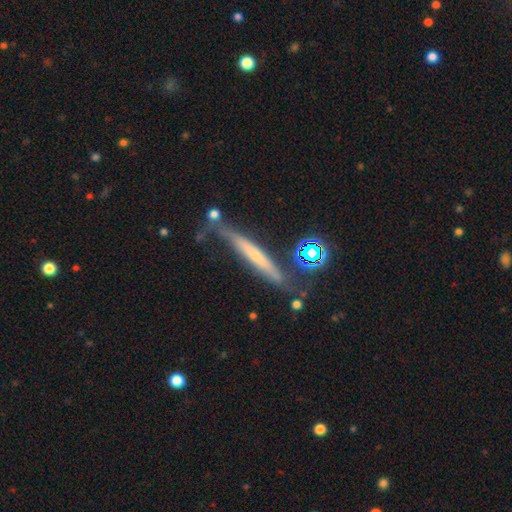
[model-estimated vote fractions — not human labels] Smooth or featured?
  - featured or disk: 56% *
  - smooth: 34%
  - star or artifact: 11%
Edge-on disk?
  - yes: 88% *
  - no: 12%
Merging?
  - none: 66% *
  - minor disturbance: 20%
  - merger: 7%
  - major disturbance: 7%